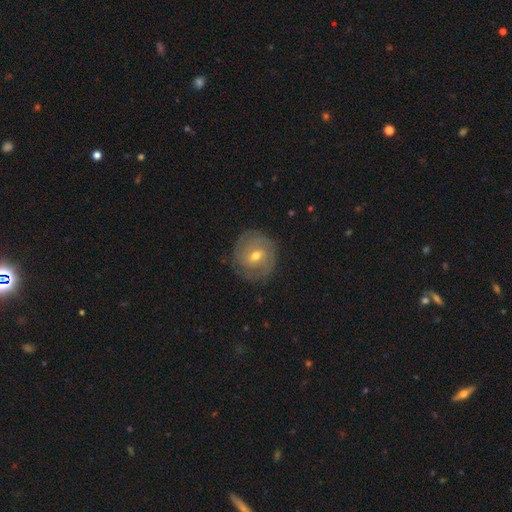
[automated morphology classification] This appears to be a featured or disk galaxy (66%) with a weak bar (50%), tight (67%) spiral arms (80%) and a moderate central bulge (64%). Merging: none (81%).